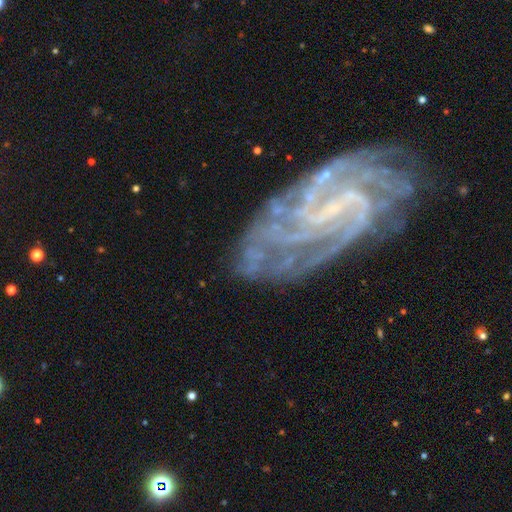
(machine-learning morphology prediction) A featured or disk galaxy (87%) with a weak bar (45%), tight (47%) spiral arms (95%) and a small central bulge (48%).

Vote fractions:
- Smooth or featured? featured or disk: 87% / star or artifact: 7% / smooth: 6%
- Edge-on disk? no: 96% / yes: 4%
- Bar? weak: 45% / no: 30% / strong: 25%
- Spiral arms? yes: 95% / no: 5%
- Spiral winding? tight: 47% / medium: 40% / loose: 13%
- Spiral arm count? can't tell: 28% / 3: 21% / 2: 19% / 4: 14% / more than 4: 9% / 1: 8%
- Bulge size? small: 48% / none: 42% / moderate: 9% / large: 1% / dominant: 1%
- Merging? none: 65% / minor disturbance: 19% / major disturbance: 13% / merger: 3%